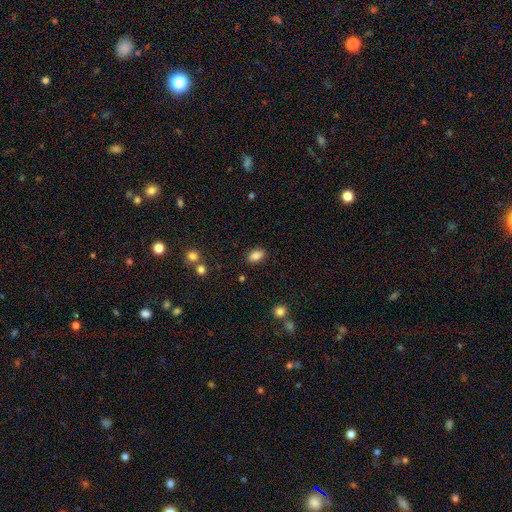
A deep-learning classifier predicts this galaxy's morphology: type=smooth (84%); roundness=in between (88%); merging=none (86%).